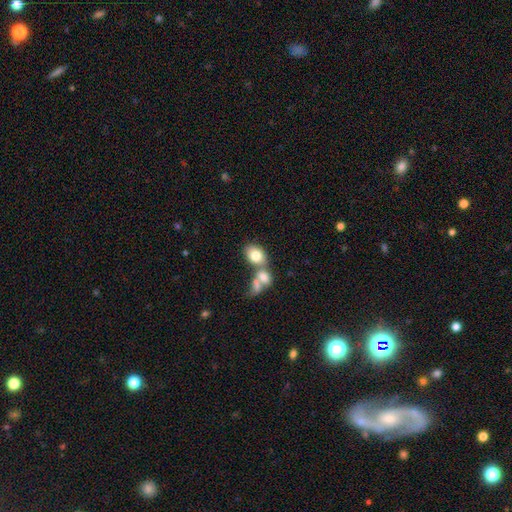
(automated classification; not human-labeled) smooth-or-featured: smooth: 78% | featured or disk: 14% | star or artifact: 8%
  how-rounded: in between: 74% | round: 24% | cigar-shaped: 1%
  merging: merger: 49% | none: 36% | minor disturbance: 10% | major disturbance: 5%